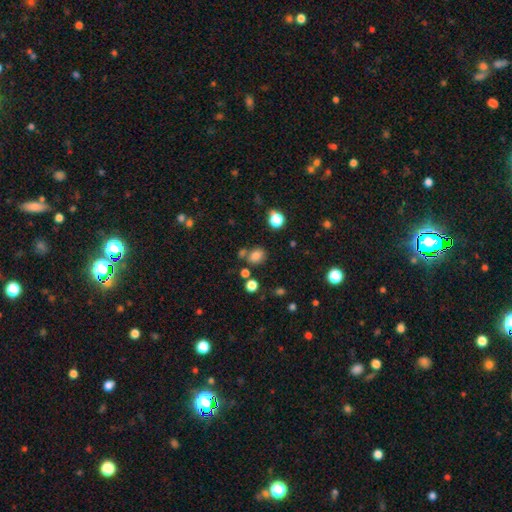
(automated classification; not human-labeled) Smooth or featured: smooth — 78% (star or artifact — 15%)
How rounded: round — 56% (in between — 43%)
Merging: none — 70% (minor disturbance — 13%)